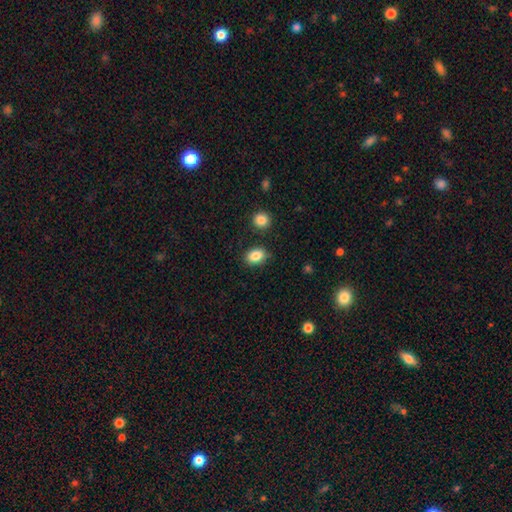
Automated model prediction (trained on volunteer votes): Smooth or featured? Predicted: smooth (p=0.86). How rounded? Predicted: in between (p=0.70). Merging? Predicted: none (p=0.83).